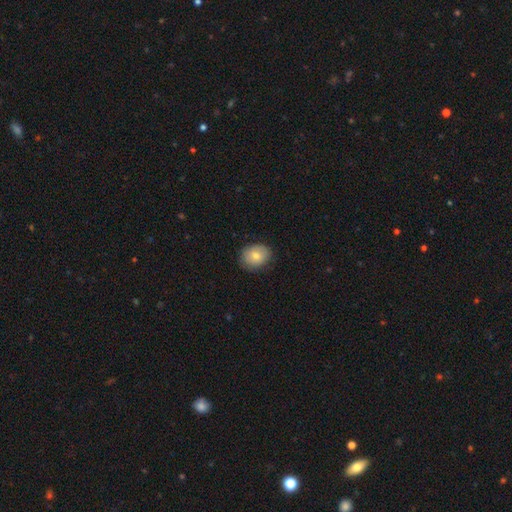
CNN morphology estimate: smooth-or-featured: smooth: 75% | featured or disk: 17% | star or artifact: 8%
  how-rounded: round: 53% | in between: 46% | cigar-shaped: 1%
  merging: none: 85% | minor disturbance: 12% | major disturbance: 2% | merger: 1%